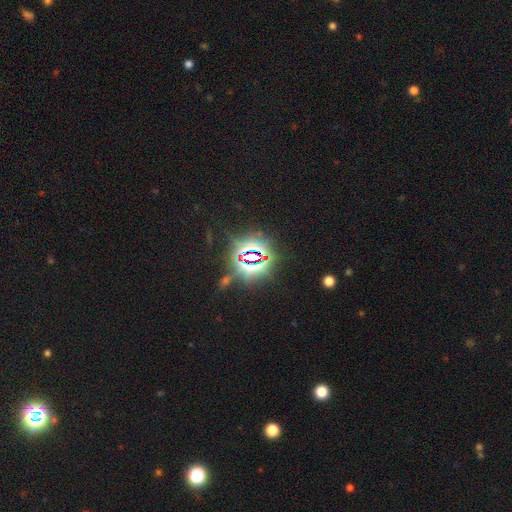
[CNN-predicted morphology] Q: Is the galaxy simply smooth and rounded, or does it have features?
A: star or artifact — 83%.